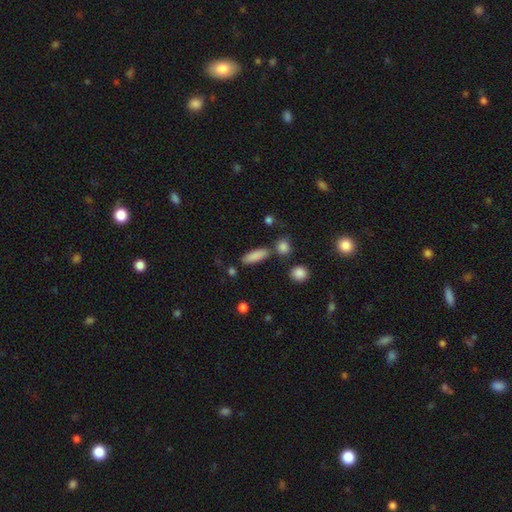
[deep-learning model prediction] Smooth or featured: smooth — 83% (featured or disk — 9%)
How rounded: in between — 52% (cigar-shaped — 43%)
Merging: none — 74% (minor disturbance — 12%)